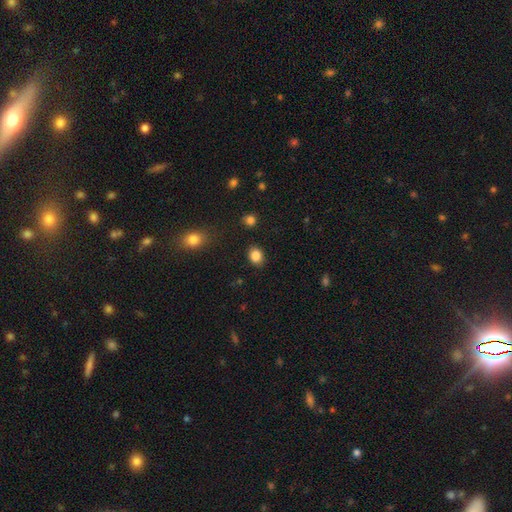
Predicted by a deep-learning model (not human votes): Smooth or featured? Predicted: smooth (p=0.85). How rounded? Predicted: in between (p=0.51). Merging? Predicted: none (p=0.87).